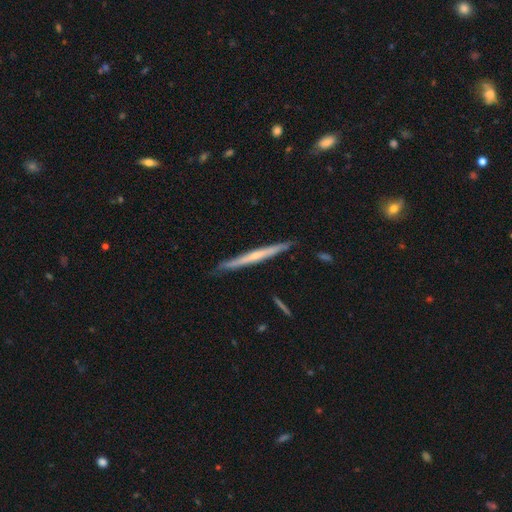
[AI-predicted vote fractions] A featured or disk galaxy (63%) viewed edge-on (97%) with no central bulge (49%). Merging: none (87%).